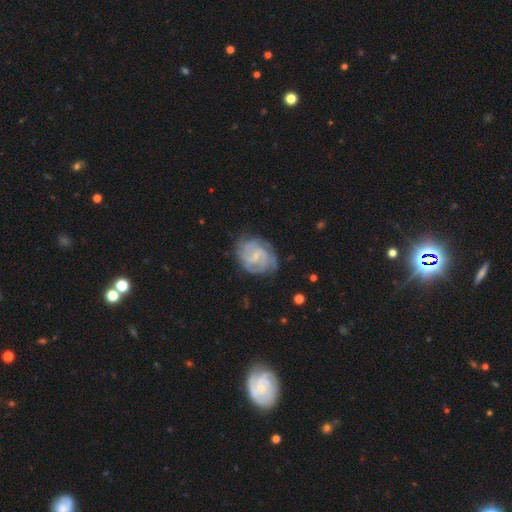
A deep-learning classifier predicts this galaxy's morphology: smooth-or-featured: featured or disk: 82% | smooth: 13% | star or artifact: 6%
  disk-edge-on: no: 98% | yes: 2%
    bar: weak: 51% | no: 38% | strong: 11%
    has-spiral-arms: yes: 94% | no: 6%
      spiral-winding: tight: 59% | medium: 34% | loose: 7%
      spiral-arm-count: 2: 32% | can't tell: 29% | 3: 21% | 4: 9% | more than 4: 5% | 1: 5%
    bulge-size: small: 70% | moderate: 18% | none: 10% | large: 1% | dominant: 1%
  merging: none: 72% | minor disturbance: 20% | major disturbance: 7% | merger: 1%